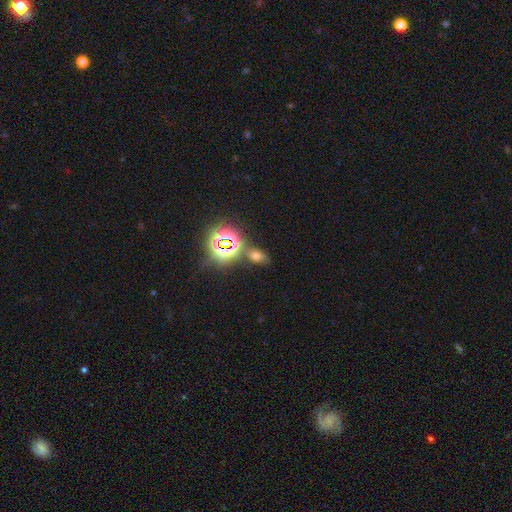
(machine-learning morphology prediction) A smooth galaxy with no disk features (48%).

Vote fractions:
- Smooth or featured? smooth: 48% / star or artifact: 43% / featured or disk: 9%
- Merging? none: 72% / minor disturbance: 13% / merger: 10% / major disturbance: 5%